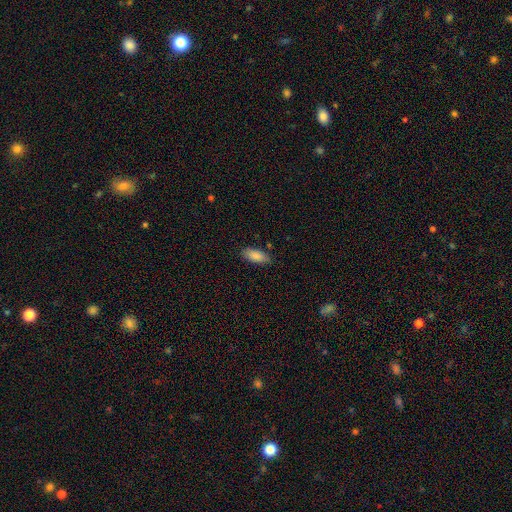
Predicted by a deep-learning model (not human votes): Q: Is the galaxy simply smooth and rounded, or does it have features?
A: smooth — 87%.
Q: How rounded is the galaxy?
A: in between — 82%.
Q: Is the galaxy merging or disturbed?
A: none — 83%.